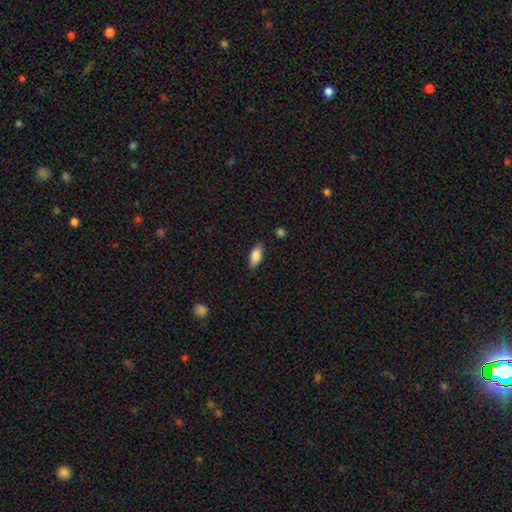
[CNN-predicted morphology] smooth-or-featured: smooth: 79% | featured or disk: 14% | star or artifact: 7%
  how-rounded: in between: 82% | cigar-shaped: 15% | round: 3%
  merging: none: 83% | minor disturbance: 12% | major disturbance: 3% | merger: 2%